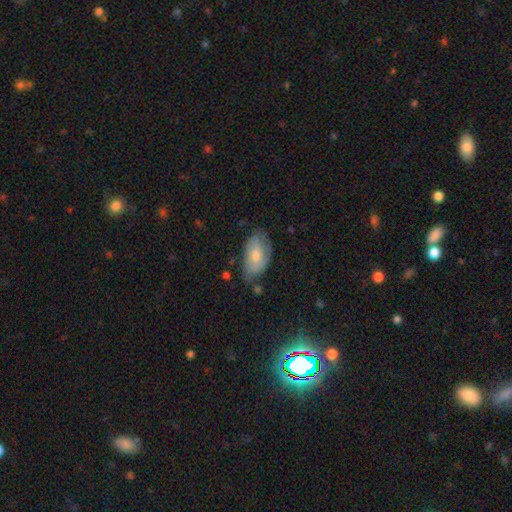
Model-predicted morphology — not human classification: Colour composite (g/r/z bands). It shows a smooth galaxy with no disk features (55%) that is in between round and cigar-shaped (92%). Merging: none (61%).